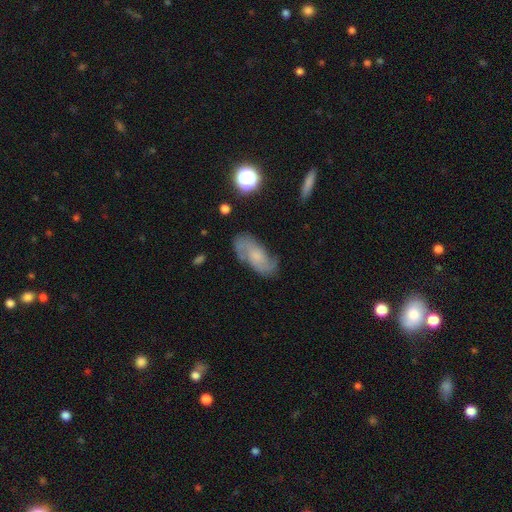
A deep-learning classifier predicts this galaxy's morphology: Overall: featured or disk (65%; smooth 26%). Edge-on disk: no (93%). Bar: no (65%; weak 30%). Spiral arms: yes (91%). Spiral arm count: 2 (77%). Spiral winding: medium (47%; tight 27%). Bulge size: small (45%; moderate 28%). Merging: none (72%).